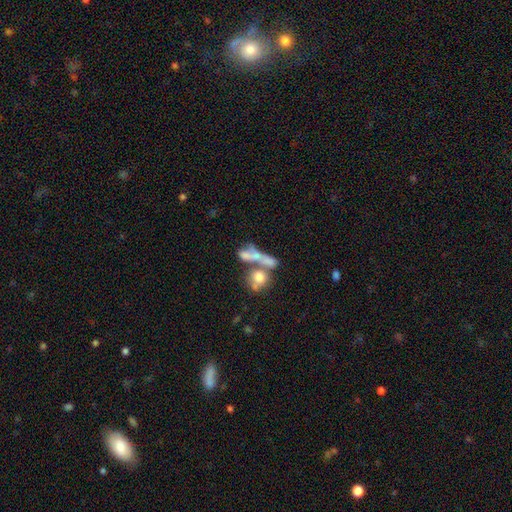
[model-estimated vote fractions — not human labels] Q: Smooth or featured?
A: smooth (52%); runner-up: featured or disk (35%)
Q: How rounded?
A: in between (50%); runner-up: round (34%)
Q: Merging?
A: merger (55%); runner-up: none (23%)